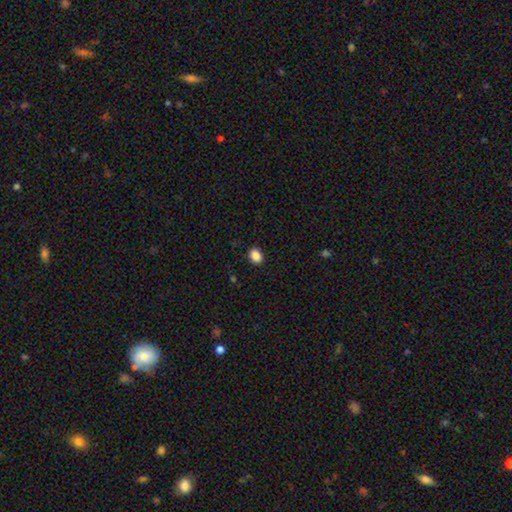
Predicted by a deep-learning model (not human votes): smooth_or_featured: smooth (p=0.88) [alt: star or artifact p=0.09]
how_rounded: in between (p=0.72) [alt: round p=0.26]
merging: none (p=0.89) [alt: minor disturbance p=0.08]